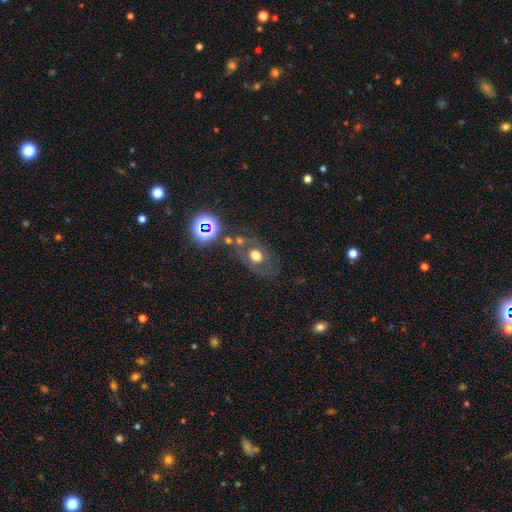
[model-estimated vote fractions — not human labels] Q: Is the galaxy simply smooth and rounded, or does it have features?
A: smooth — 48%.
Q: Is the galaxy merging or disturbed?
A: none — 60%.